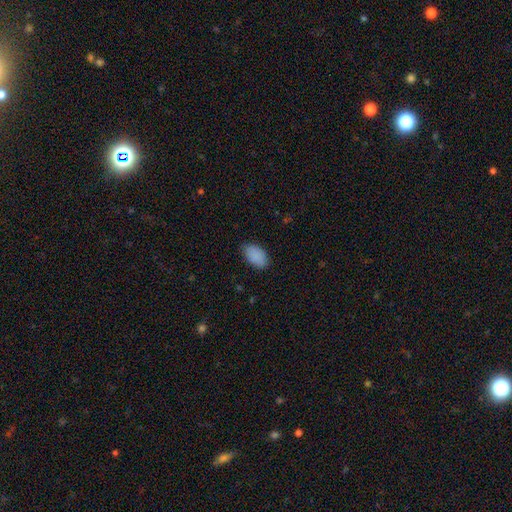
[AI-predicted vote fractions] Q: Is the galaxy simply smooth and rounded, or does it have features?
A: smooth — 89%.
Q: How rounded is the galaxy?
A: in between — 93%.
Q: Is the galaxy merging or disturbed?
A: none — 79%.